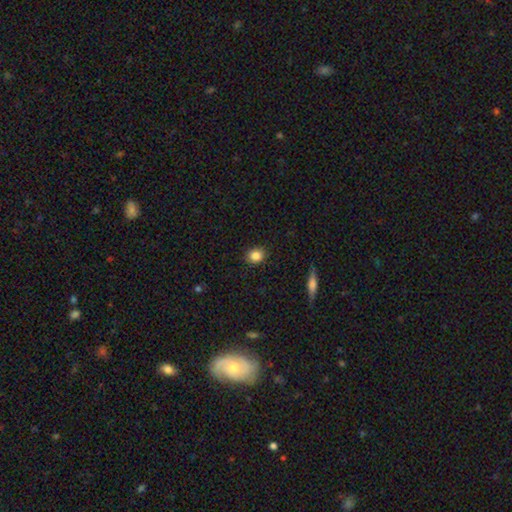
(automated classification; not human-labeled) Smooth or featured? smooth (85%)
How rounded? round (68%)
Merging? none (90%)